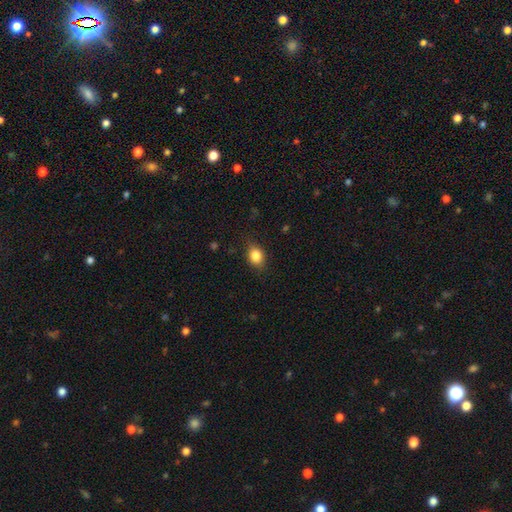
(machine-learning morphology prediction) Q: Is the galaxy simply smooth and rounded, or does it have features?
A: smooth — 84%.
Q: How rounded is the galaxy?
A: in between — 58%.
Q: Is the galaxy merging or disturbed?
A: none — 80%.